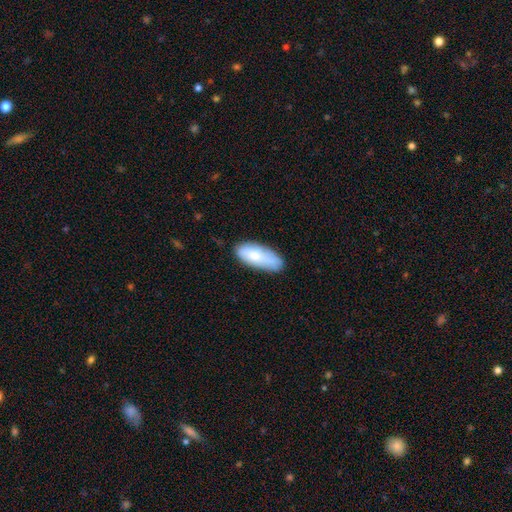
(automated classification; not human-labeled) A smooth galaxy with no disk features (75%) that is in between round and cigar-shaped (83%). Merging: none (68%).